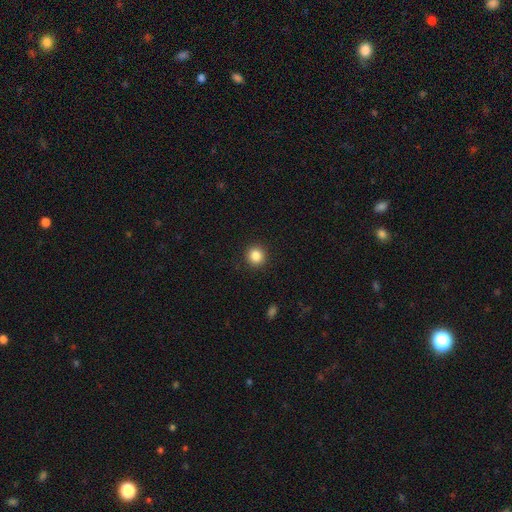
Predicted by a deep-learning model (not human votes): A smooth galaxy with no disk features (86%) that is round (92%). Merging: none (92%).